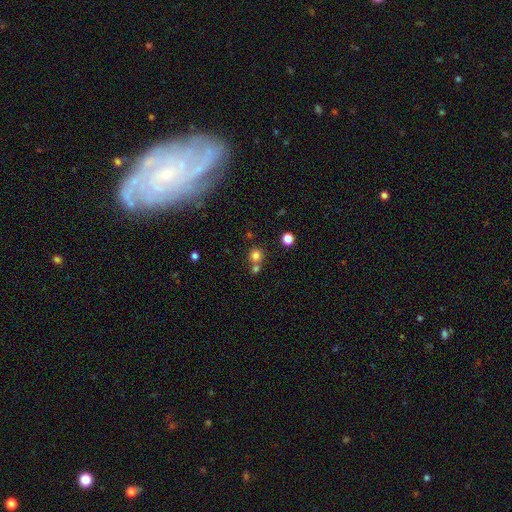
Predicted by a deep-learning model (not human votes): Smooth or featured: smooth — 79% (star or artifact — 14%)
How rounded: round — 88% (in between — 11%)
Merging: none — 57% (merger — 33%)